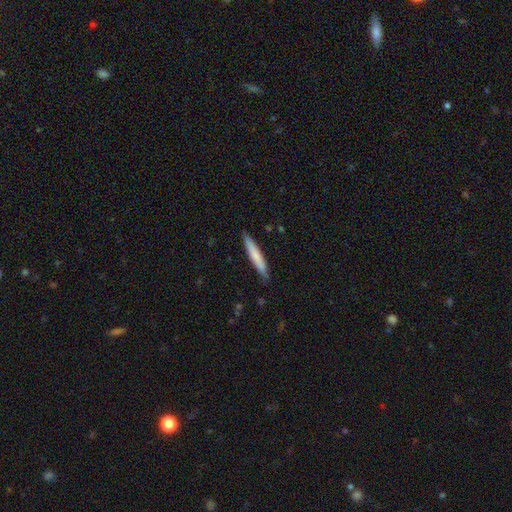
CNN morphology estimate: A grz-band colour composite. It shows a smooth galaxy with no disk features (71%) that is cigar-shaped (94%). Merging: none (88%).